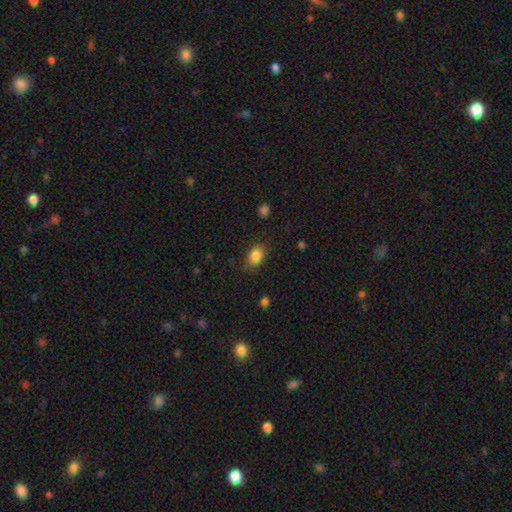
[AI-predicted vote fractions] Smooth or featured?
  - smooth: 85% *
  - star or artifact: 9%
  - featured or disk: 6%
How rounded?
  - in between: 76% *
  - round: 23%
  - cigar-shaped: 1%
Merging?
  - none: 80% *
  - minor disturbance: 15%
  - major disturbance: 4%
  - merger: 1%